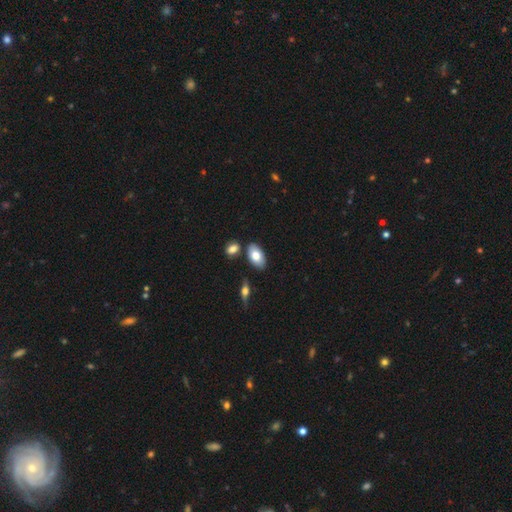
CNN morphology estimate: Smooth or featured? smooth (75%)
How rounded? in between (93%)
Merging? none (79%)